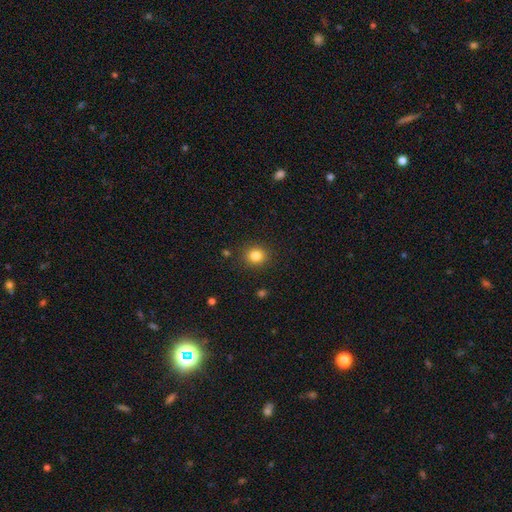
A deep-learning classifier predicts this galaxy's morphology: smooth_or_featured: smooth (p=0.83) [alt: star or artifact p=0.12]
how_rounded: round (p=0.84) [alt: in between p=0.15]
merging: none (p=0.89) [alt: minor disturbance p=0.07]